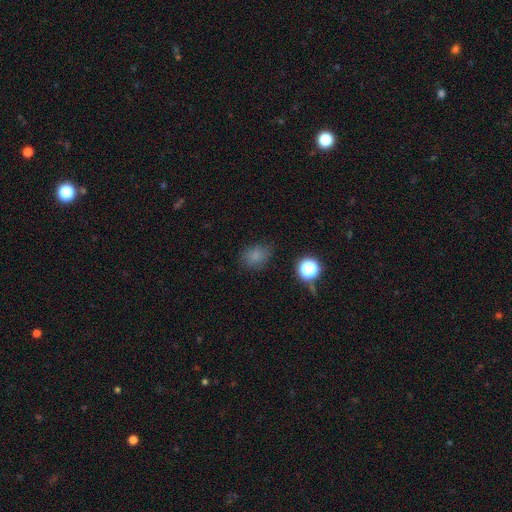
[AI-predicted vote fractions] Smooth or featured: smooth — 78% (star or artifact — 16%)
How rounded: in between — 55% (round — 43%)
Merging: none — 73% (minor disturbance — 19%)